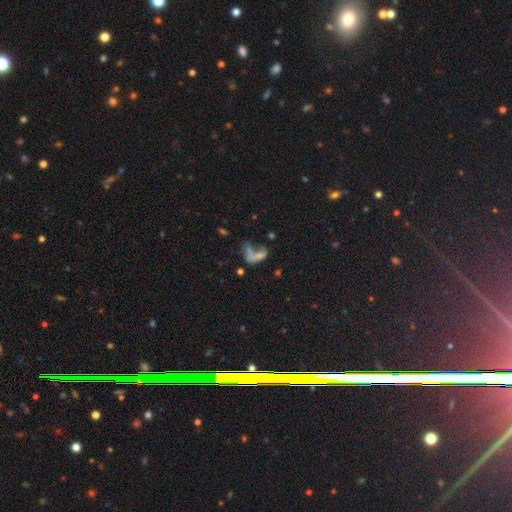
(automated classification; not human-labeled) smooth-or-featured: smooth: 54% | featured or disk: 28% | star or artifact: 18%
  how-rounded: in between: 70% | cigar-shaped: 19% | round: 12%
  merging: merger: 35% | major disturbance: 30% | none: 24% | minor disturbance: 11%